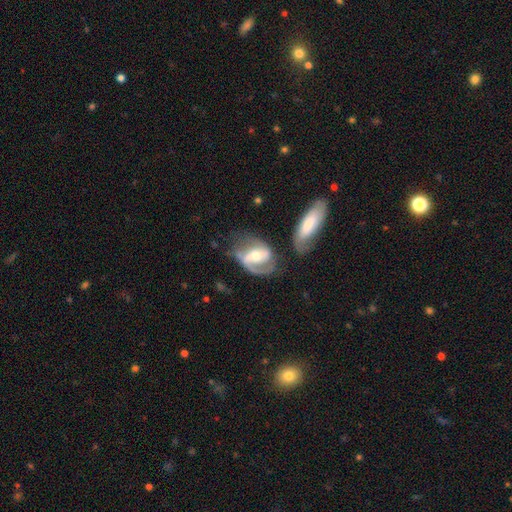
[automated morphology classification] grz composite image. It shows a featured or disk galaxy (81%) with a weak bar (39%), 2 (70%) medium (48%) spiral arms (91%) and a moderate central bulge (62%). Merging: none (46%).